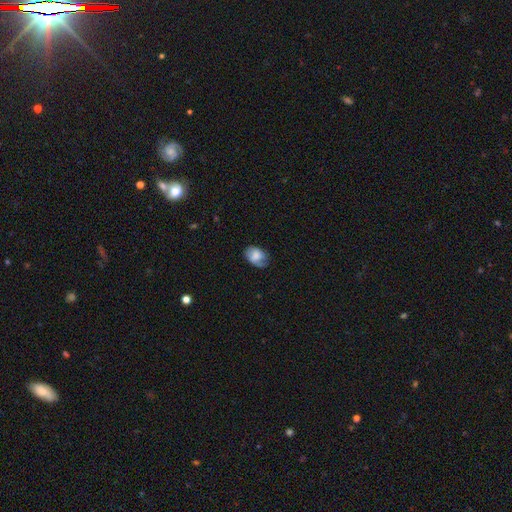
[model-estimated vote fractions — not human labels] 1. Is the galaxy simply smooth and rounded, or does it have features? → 61% smooth, 31% featured or disk, 8% star or artifact.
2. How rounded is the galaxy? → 78% in between, 21% round, 1% cigar-shaped.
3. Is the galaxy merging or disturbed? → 50% none, 33% minor disturbance, 15% major disturbance, 2% merger.